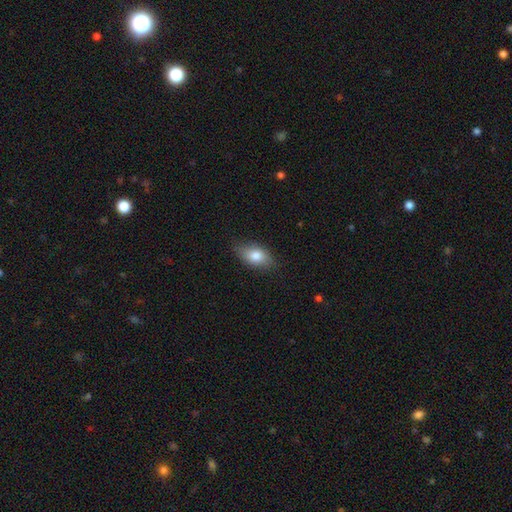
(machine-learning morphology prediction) Smooth or featured? Predicted: smooth (p=0.79). How rounded? Predicted: in between (p=0.88). Merging? Predicted: none (p=0.80).